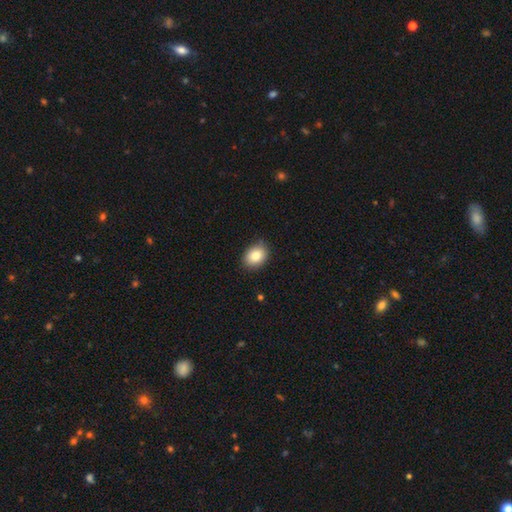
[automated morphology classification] This is clearly a smooth galaxy (84%). How rounded: likely in between (66%). Merging: clearly none (85%).